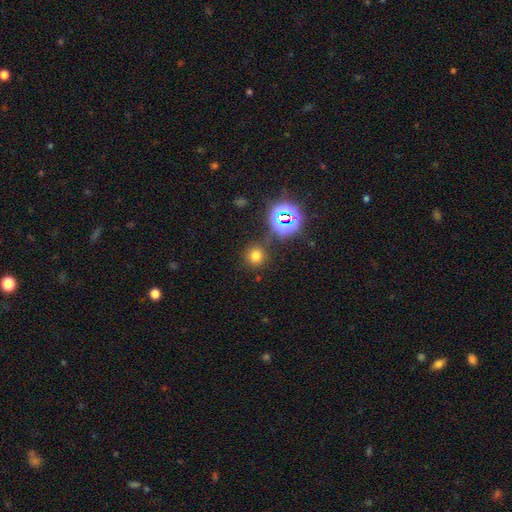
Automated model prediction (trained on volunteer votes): Smooth or featured? Predicted: smooth (p=0.67). How rounded? Predicted: round (p=0.89). Merging? Predicted: none (p=0.81).